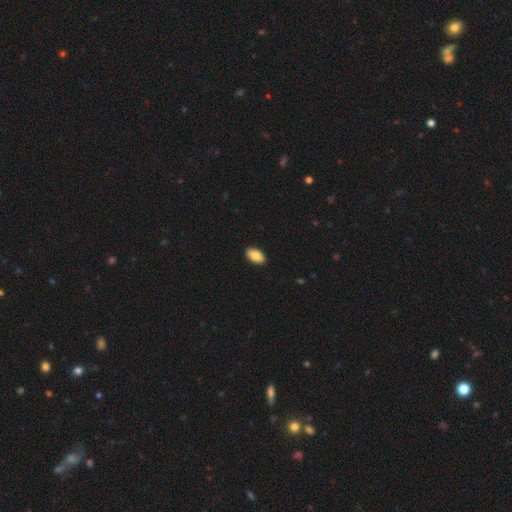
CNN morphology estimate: Smooth or featured?
  - smooth: 84% *
  - featured or disk: 9%
  - star or artifact: 6%
How rounded?
  - in between: 95% *
  - round: 3%
  - cigar-shaped: 2%
Merging?
  - none: 91% *
  - minor disturbance: 7%
  - major disturbance: 1%
  - merger: 1%